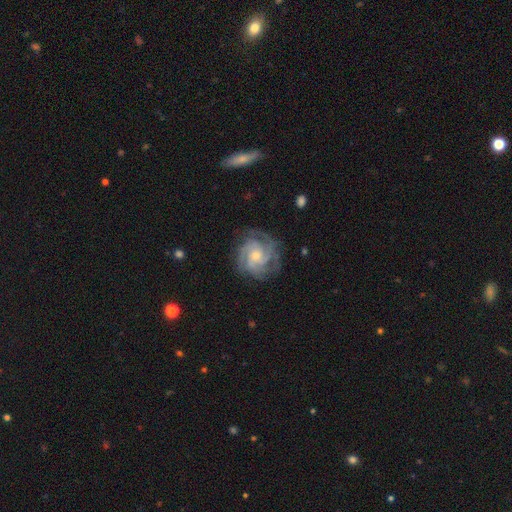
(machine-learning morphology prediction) A featured or disk galaxy (88%) with no bar (73%), 3 (33%) tight (62%) spiral arms (97%) and a small central bulge (62%).

Vote fractions:
- Smooth or featured? featured or disk: 88% / smooth: 7% / star or artifact: 5%
- Edge-on disk? no: 98% / yes: 2%
- Bar? no: 73% / weak: 23% / strong: 4%
- Spiral arms? yes: 97% / no: 3%
- Spiral winding? tight: 62% / medium: 33% / loose: 5%
- Spiral arm count? 3: 33% / 4: 27% / can't tell: 17% / 2: 11% / more than 4: 7% / 1: 6%
- Bulge size? small: 62% / moderate: 33% / large: 2% / none: 2% / dominant: 1%
- Merging? none: 76% / minor disturbance: 16% / major disturbance: 6% / merger: 1%